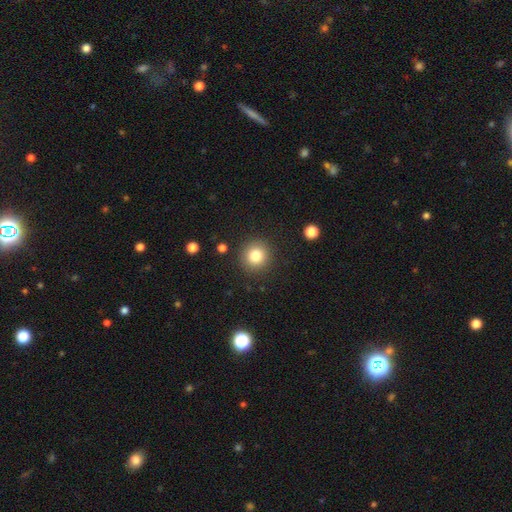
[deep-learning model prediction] This is clearly a smooth galaxy (81%). How rounded: clearly round (93%). Merging: clearly none (89%).